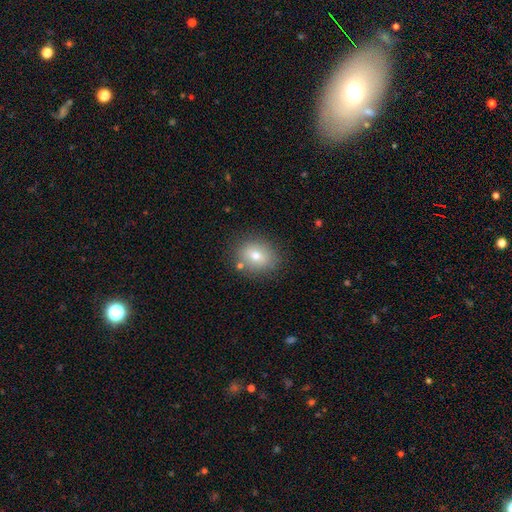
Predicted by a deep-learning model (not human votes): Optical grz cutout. It shows a smooth galaxy with no disk features (70%) that is round (57%). Merging: none (80%).